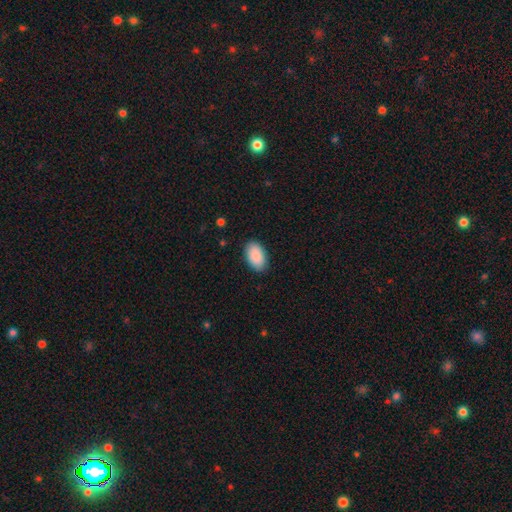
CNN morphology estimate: Smooth or featured: smooth — 90% (star or artifact — 6%)
How rounded: in between — 95% (round — 4%)
Merging: none — 88% (minor disturbance — 9%)